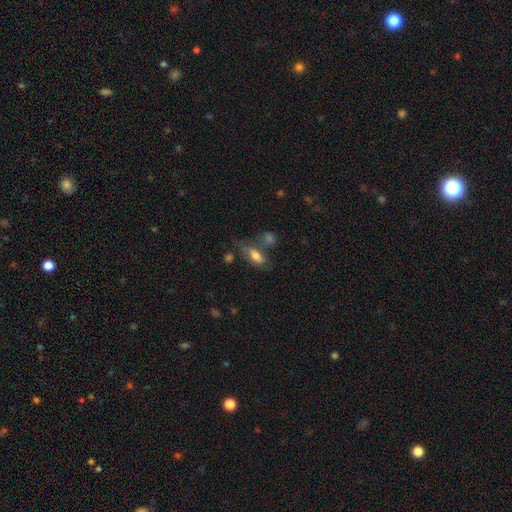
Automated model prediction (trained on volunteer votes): Smooth or featured? smooth (66%)
How rounded? in between (77%)
Merging? none (45%)